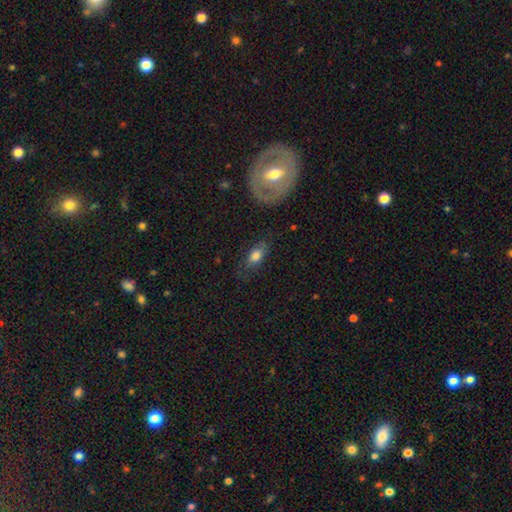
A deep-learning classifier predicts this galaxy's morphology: Smooth or featured? smooth (69%)
How rounded? in between (80%)
Merging? none (68%)